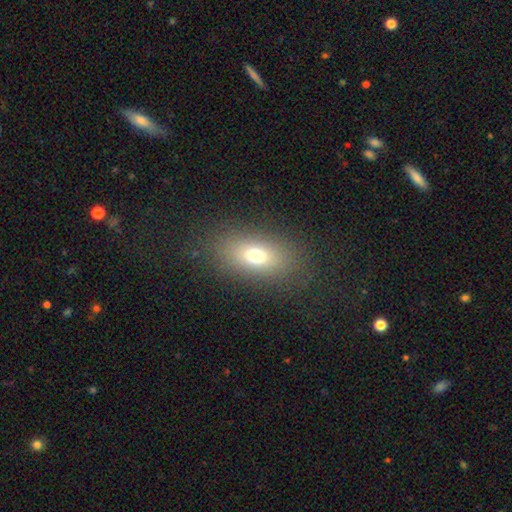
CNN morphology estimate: A smooth galaxy with no disk features (70%) that is in between round and cigar-shaped (80%). Merging: none (84%).